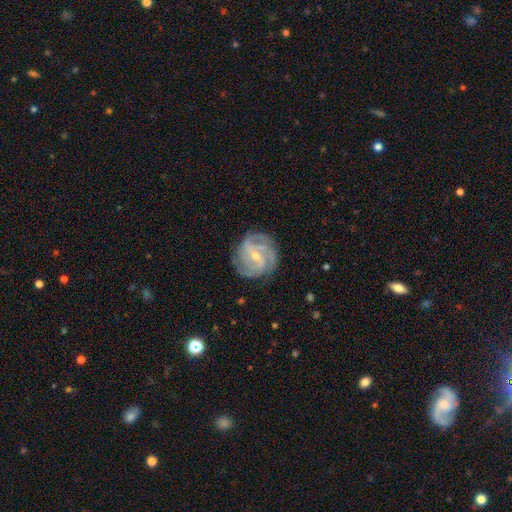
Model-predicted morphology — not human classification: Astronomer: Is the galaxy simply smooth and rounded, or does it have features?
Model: featured or disk — 88%.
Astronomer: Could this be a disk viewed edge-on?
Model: no — 98%.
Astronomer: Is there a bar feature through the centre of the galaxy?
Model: weak — 50% (runner-up: no, 29%).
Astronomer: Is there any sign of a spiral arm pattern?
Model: yes — 97%.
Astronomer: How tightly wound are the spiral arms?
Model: tight — 55% (runner-up: medium, 37%).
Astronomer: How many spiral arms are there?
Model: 3 — 37% (runner-up: 4, 22%).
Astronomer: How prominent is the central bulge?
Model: small — 65%.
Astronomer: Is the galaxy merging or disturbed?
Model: none — 81%.